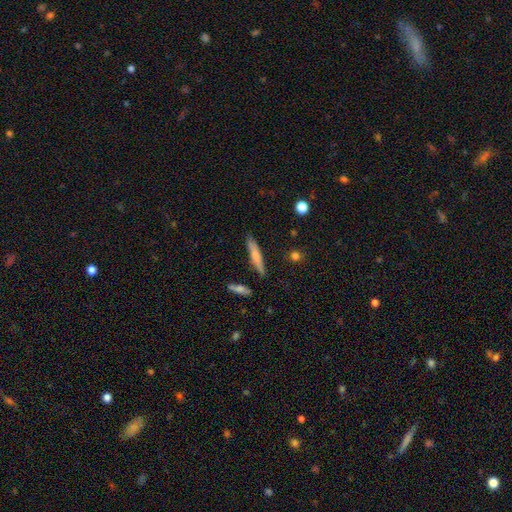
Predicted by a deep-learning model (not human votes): Smooth or featured? smooth (65%)
How rounded? cigar-shaped (90%)
Merging? none (84%)